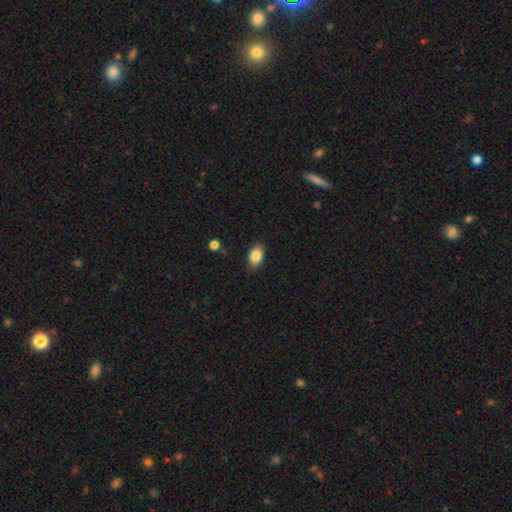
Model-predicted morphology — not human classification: Overall: smooth (86%). How rounded: in between (88%). Merging: none (85%).